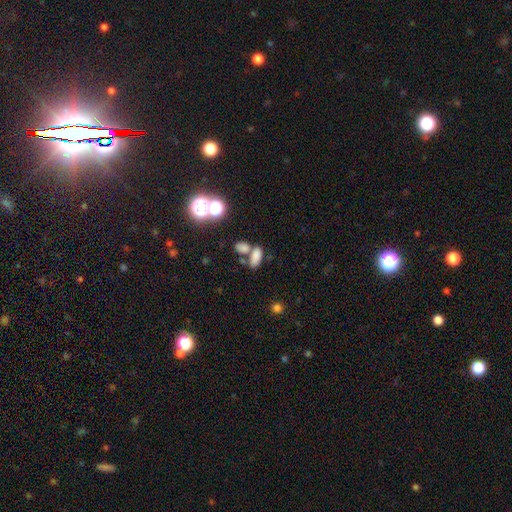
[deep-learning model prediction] smooth_or_featured: smooth (p=0.76) [alt: star or artifact p=0.15]
how_rounded: in between (p=0.86) [alt: round p=0.08]
merging: merger (p=0.44) [alt: none p=0.38]